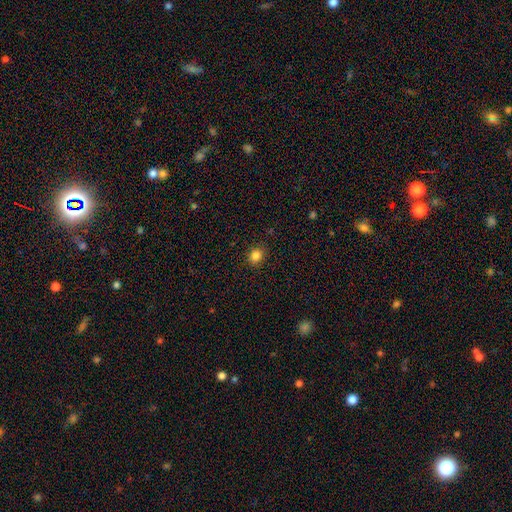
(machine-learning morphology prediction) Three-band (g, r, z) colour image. It shows a smooth galaxy with no disk features (84%) that is round (73%). Merging: none (88%).